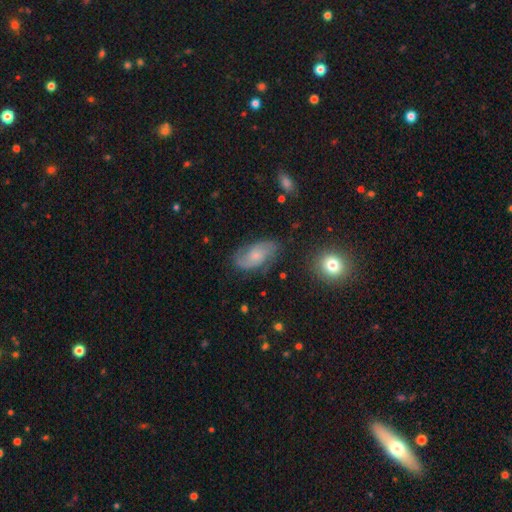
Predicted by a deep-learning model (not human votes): Morphology: type=featured or disk (63%); edge-on=no (95%); bar=no (68%); spiral arms=yes (91%); winding=medium (44%); arm count=2 (77%); bulge=small (61%); merging=none (70%).